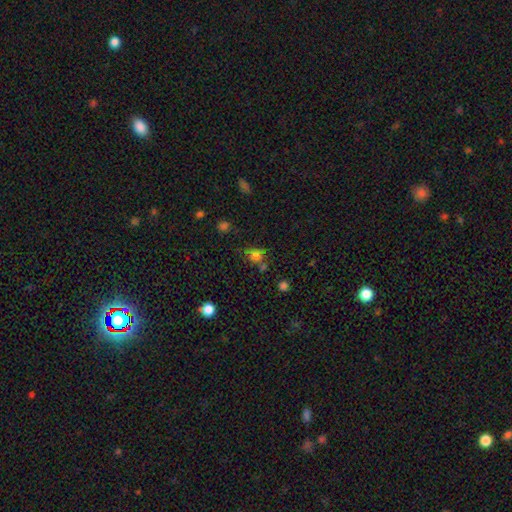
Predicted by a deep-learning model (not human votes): A smooth galaxy with no disk features (75%) that is round (78%).

Vote fractions:
- Smooth or featured? smooth: 75% / star or artifact: 17% / featured or disk: 8%
- How rounded? round: 78% / in between: 21% / cigar-shaped: 1%
- Merging? none: 61% / minor disturbance: 17% / merger: 16% / major disturbance: 6%